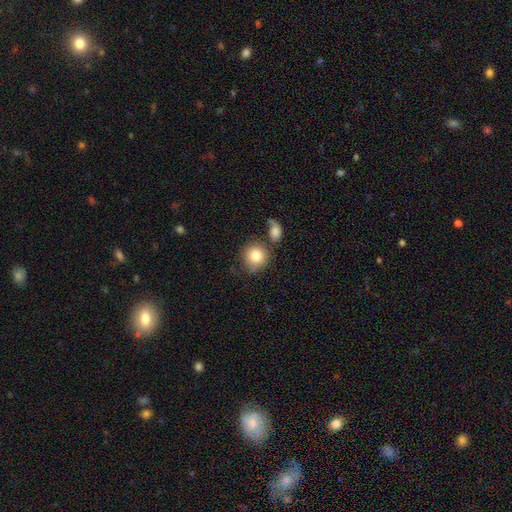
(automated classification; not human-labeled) smooth_or_featured: smooth (p=0.82) [alt: featured or disk p=0.10]
how_rounded: round (p=0.88) [alt: in between p=0.11]
merging: none (p=0.61) [alt: merger p=0.18]